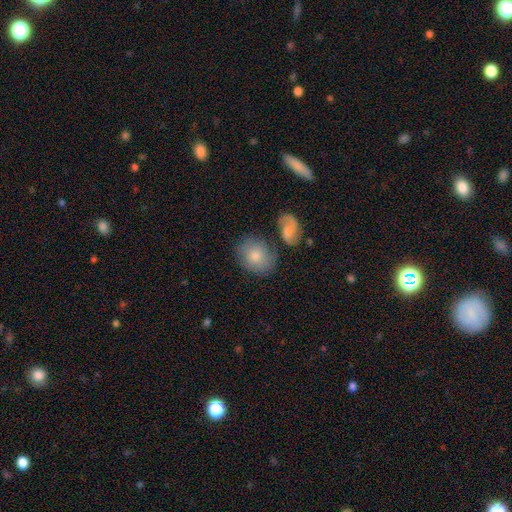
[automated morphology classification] Smooth or featured? smooth (80%)
How rounded? round (64%)
Merging? none (62%)